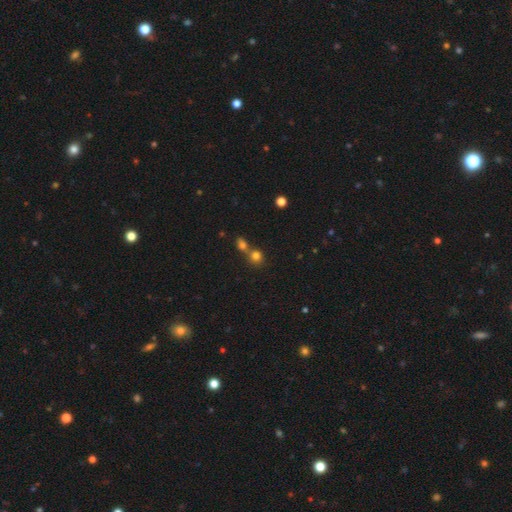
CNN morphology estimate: A smooth galaxy with no disk features (77%) that is round (81%).

Vote fractions:
- Smooth or featured? smooth: 77% / star or artifact: 15% / featured or disk: 8%
- How rounded? round: 81% / in between: 17% / cigar-shaped: 1%
- Merging? merger: 46% / none: 45% / minor disturbance: 7% / major disturbance: 3%